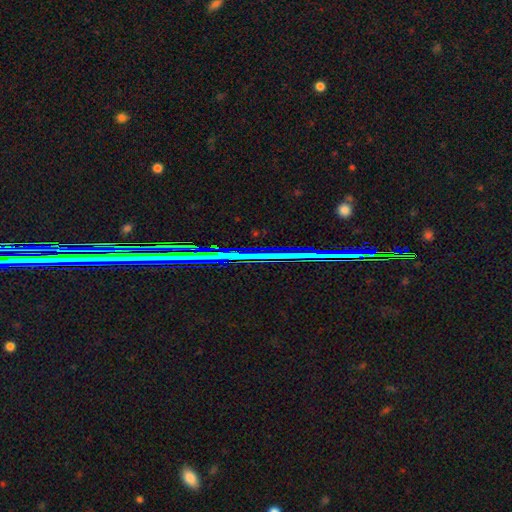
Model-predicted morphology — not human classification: Smooth or featured: star or artifact — 76% (featured or disk — 14%)